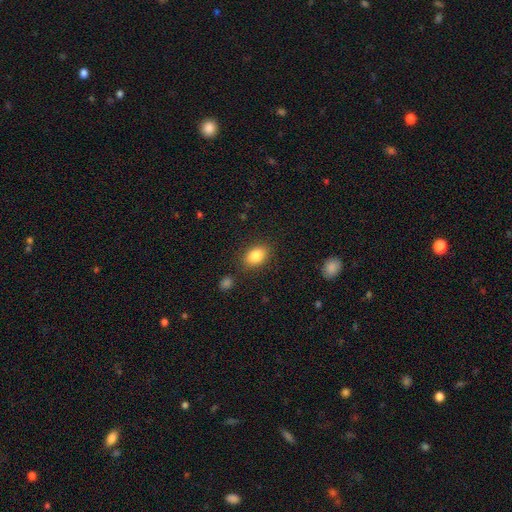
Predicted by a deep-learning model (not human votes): The model was most divided on "how rounded": in between: 81%, round: 17%, cigar-shaped: 2%. More confident: smooth or featured — smooth (84%); merging — none (83%).